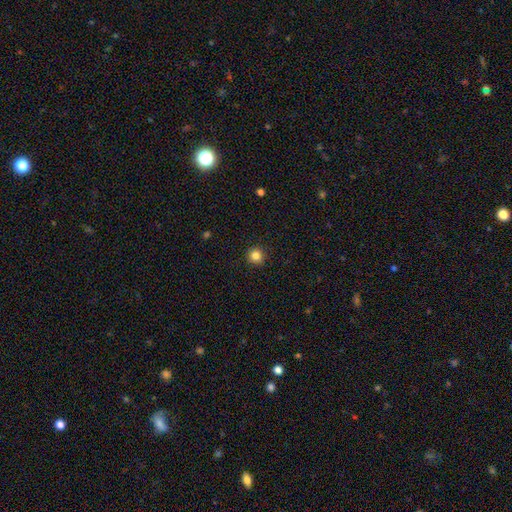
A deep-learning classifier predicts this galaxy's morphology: Q: Smooth or featured?
A: smooth (84%); runner-up: star or artifact (12%)
Q: How rounded?
A: round (95%); runner-up: in between (4%)
Q: Merging?
A: none (92%); runner-up: minor disturbance (5%)